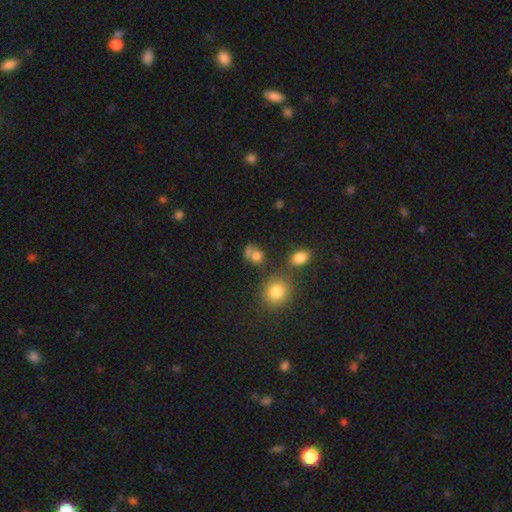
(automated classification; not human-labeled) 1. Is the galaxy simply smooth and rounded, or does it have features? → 74% smooth, 15% star or artifact, 11% featured or disk.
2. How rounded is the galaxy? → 65% round, 34% in between, 1% cigar-shaped.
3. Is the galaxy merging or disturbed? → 46% none, 29% merger, 15% minor disturbance, 10% major disturbance.